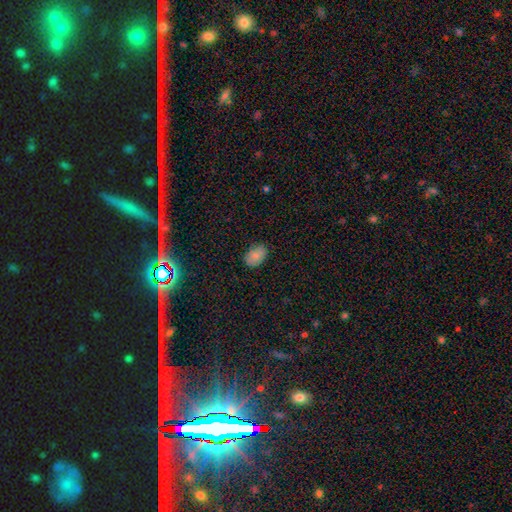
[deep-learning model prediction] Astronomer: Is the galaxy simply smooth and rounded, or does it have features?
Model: smooth — 85%.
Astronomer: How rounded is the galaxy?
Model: in between — 85%.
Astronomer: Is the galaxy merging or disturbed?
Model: none — 82%.